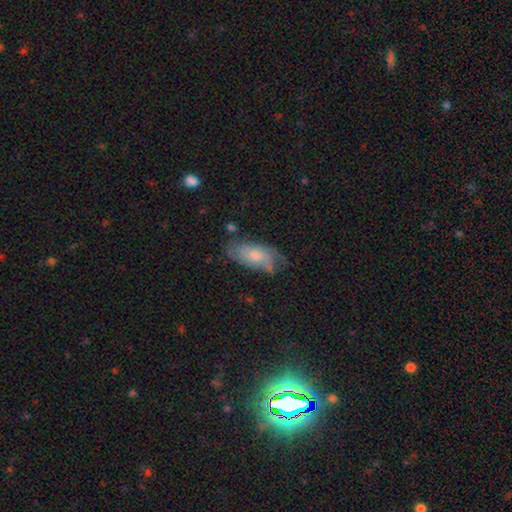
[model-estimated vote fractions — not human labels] A featured or disk galaxy (48%).

Vote fractions:
- Smooth or featured? featured or disk: 48% / smooth: 45% / star or artifact: 7%
- Merging? none: 57% / minor disturbance: 28% / major disturbance: 12% / merger: 3%